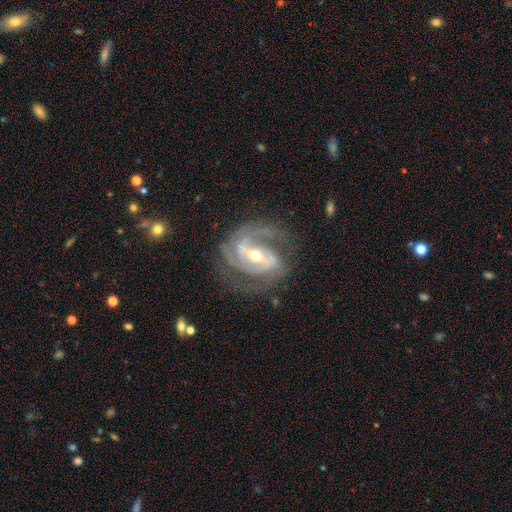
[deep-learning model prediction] This appears to be a featured or disk galaxy (91%) with a strong bar (49%), 2 (58%) medium (47%) spiral arms (98%) and a moderate central bulge (57%). Merging: none (70%).